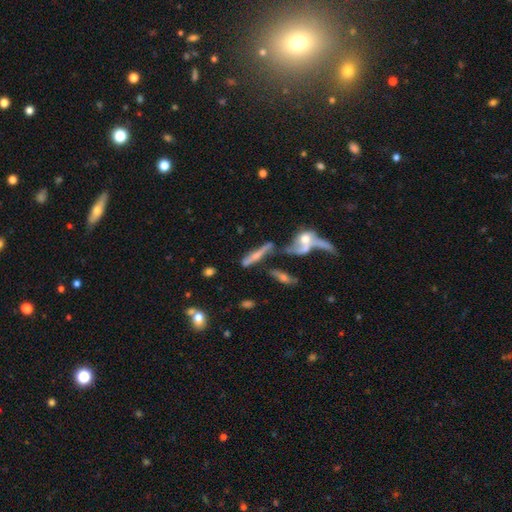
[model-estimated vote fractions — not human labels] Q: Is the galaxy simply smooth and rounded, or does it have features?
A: featured or disk — 55%.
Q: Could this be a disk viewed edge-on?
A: yes — 68%.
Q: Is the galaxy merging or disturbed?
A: merger — 38%.